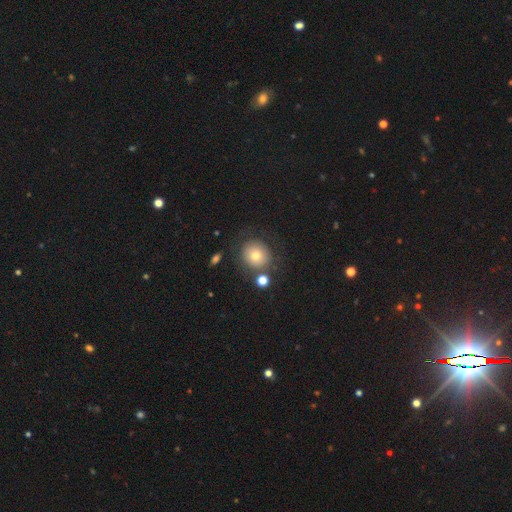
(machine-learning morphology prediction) Smooth or featured? Predicted: smooth (p=0.72). How rounded? Predicted: round (p=0.85). Merging? Predicted: none (p=0.72).